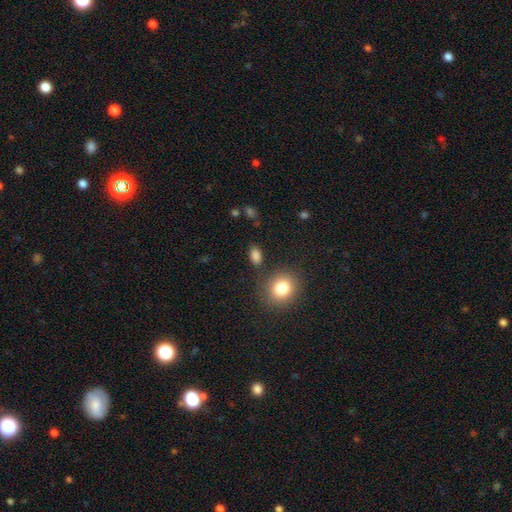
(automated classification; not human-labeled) Smooth or featured?
  - smooth: 84% *
  - star or artifact: 11%
  - featured or disk: 5%
How rounded?
  - in between: 82% *
  - round: 16%
  - cigar-shaped: 3%
Merging?
  - none: 82% *
  - minor disturbance: 10%
  - merger: 4%
  - major disturbance: 4%